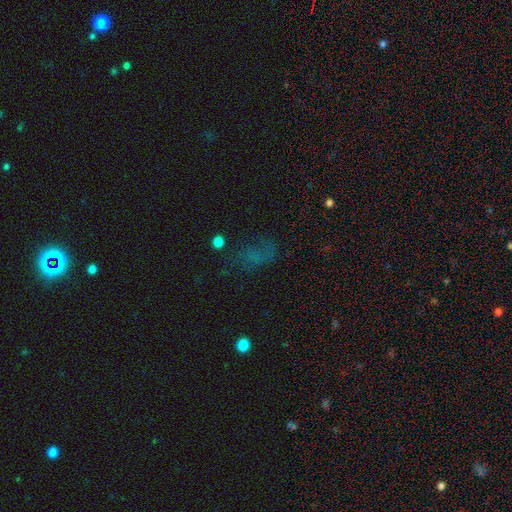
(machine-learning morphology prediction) Smooth or featured: smooth — 44% (star or artifact — 33%)
Merging: none — 50% (major disturbance — 24%)